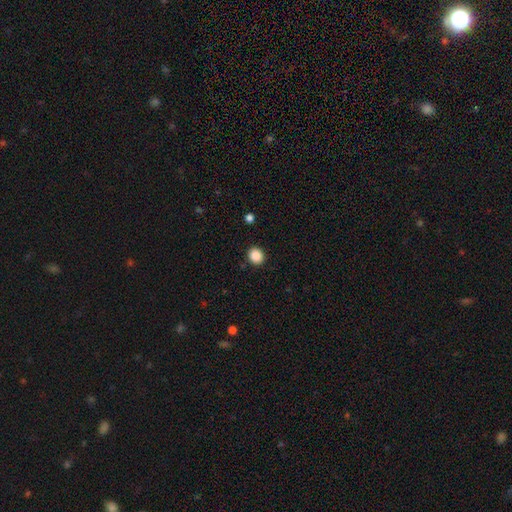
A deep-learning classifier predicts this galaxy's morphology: A smooth galaxy with no disk features (88%) that is round (74%). Merging: none (90%).